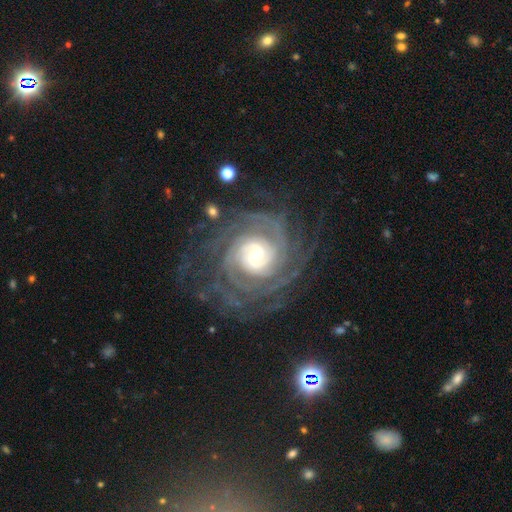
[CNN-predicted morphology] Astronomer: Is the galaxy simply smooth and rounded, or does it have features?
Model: featured or disk — 92%.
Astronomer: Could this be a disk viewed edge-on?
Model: no — 98%.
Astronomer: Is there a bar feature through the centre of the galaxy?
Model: no — 49% (runner-up: weak, 35%).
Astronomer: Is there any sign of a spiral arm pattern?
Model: yes — 98%.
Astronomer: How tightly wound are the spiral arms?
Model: tight — 77%.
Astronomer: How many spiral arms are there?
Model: can't tell — 23% (runner-up: more than 4, 18%).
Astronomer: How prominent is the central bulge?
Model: moderate — 53% (runner-up: small, 38%).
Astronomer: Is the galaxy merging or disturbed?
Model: none — 75%.